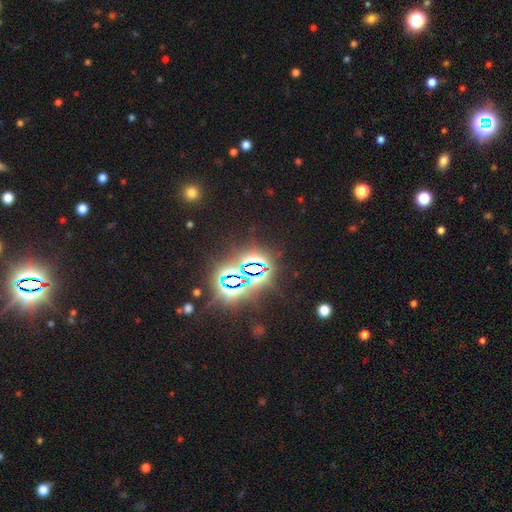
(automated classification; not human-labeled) A star or artifact, not a galaxy (76%).

Vote fractions:
- Smooth or featured? star or artifact: 76% / smooth: 15% / featured or disk: 10%